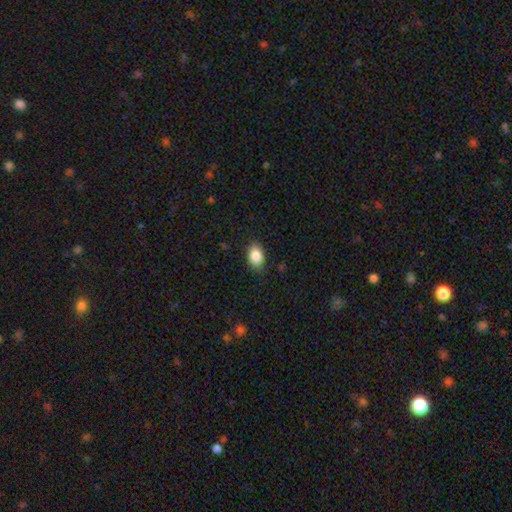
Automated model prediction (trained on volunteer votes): smooth_or_featured: smooth (p=0.88) [alt: star or artifact p=0.08]
how_rounded: in between (p=0.86) [alt: round p=0.13]
merging: none (p=0.84) [alt: minor disturbance p=0.12]